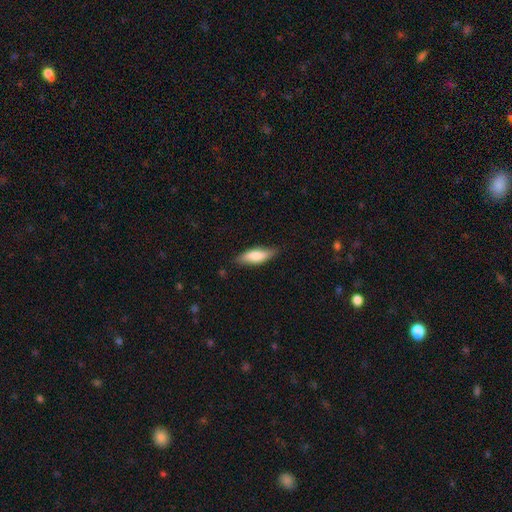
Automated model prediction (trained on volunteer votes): This appears to be a smooth galaxy with no disk features (74%) that is in between round and cigar-shaped (59%). Merging: none (75%).